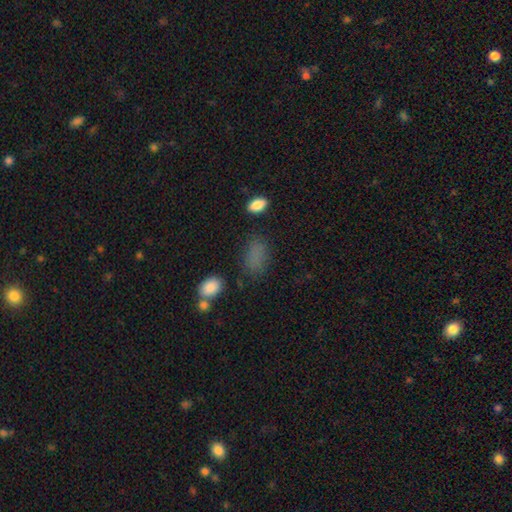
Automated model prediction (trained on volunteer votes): smooth-or-featured: smooth: 79% | star or artifact: 15% | featured or disk: 6%
  how-rounded: in between: 85% | round: 12% | cigar-shaped: 3%
  merging: none: 66% | minor disturbance: 19% | major disturbance: 9% | merger: 5%